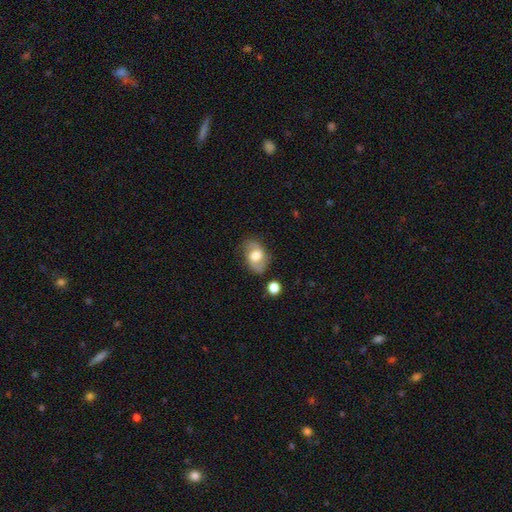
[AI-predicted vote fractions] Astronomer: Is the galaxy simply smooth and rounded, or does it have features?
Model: smooth — 51% (runner-up: featured or disk, 41%).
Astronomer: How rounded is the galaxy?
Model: in between — 80%.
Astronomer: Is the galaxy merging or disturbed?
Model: none — 70%.